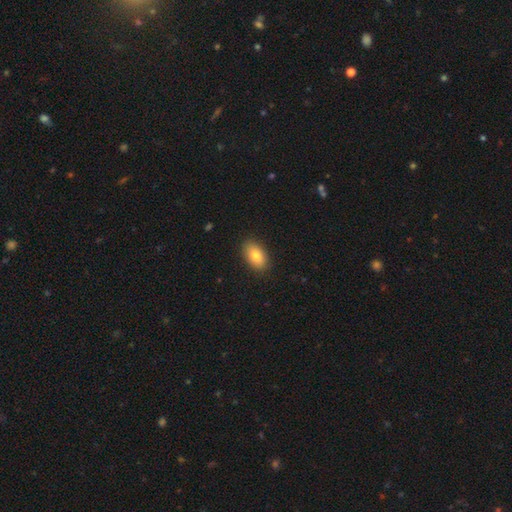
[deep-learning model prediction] The model was most divided on "smooth or featured": smooth: 82%, featured or disk: 11%, star or artifact: 7%. More confident: how rounded — in between (91%); merging — none (88%).